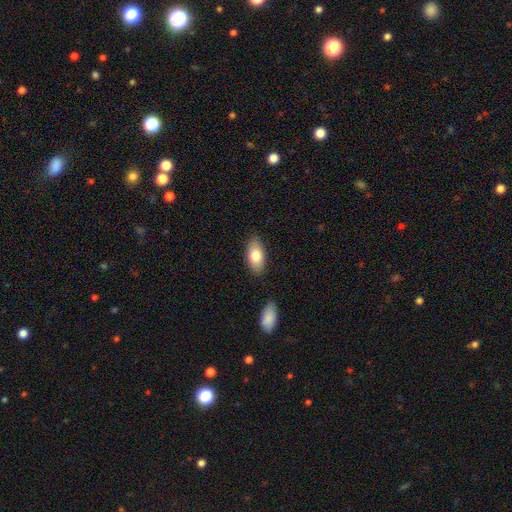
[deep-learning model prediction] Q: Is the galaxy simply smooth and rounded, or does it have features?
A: smooth — 80%.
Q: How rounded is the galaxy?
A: in between — 92%.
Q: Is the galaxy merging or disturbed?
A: none — 84%.